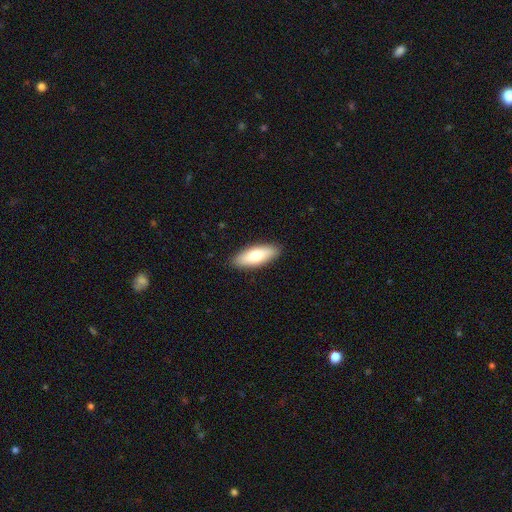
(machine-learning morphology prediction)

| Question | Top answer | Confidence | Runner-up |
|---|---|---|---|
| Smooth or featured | smooth | 72% | featured or disk (22%) |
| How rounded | in between | 70% | cigar-shaped (28%) |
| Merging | none | 89% | minor disturbance (8%) |